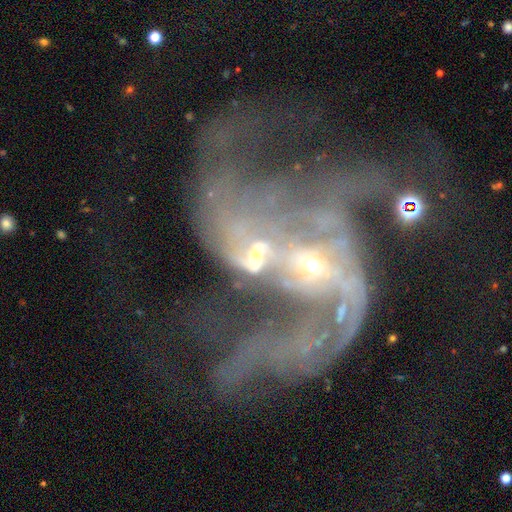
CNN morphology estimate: Smooth or featured? featured or disk (74%)
Edge-on disk? no (96%)
Bar? no (54%)
Spiral arms? yes (71%)
Spiral winding? loose (48%)
Spiral arm count? can't tell (37%)
Bulge size? small (53%)
Merging? merger (64%)